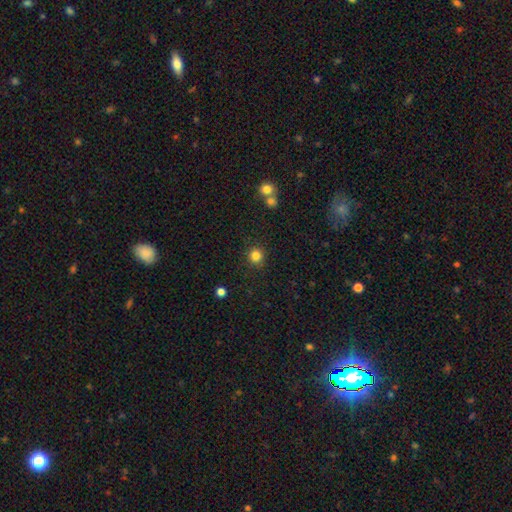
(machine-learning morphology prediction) Overall: smooth (83%). How rounded: round (91%). Merging: none (89%).